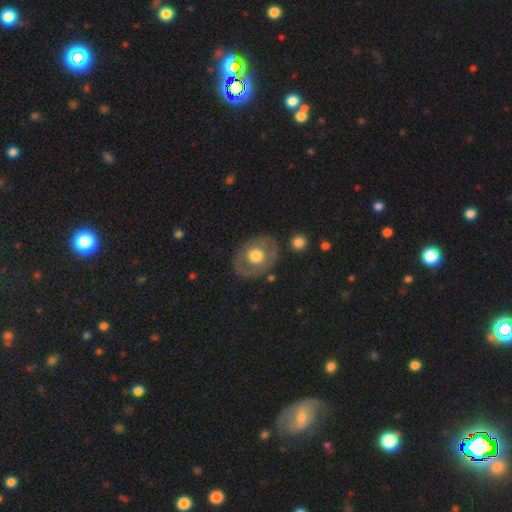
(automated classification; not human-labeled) Smooth or featured? smooth (48%)
Merging? none (79%)